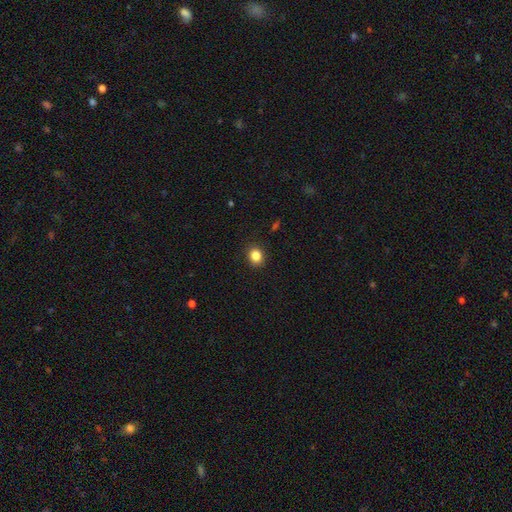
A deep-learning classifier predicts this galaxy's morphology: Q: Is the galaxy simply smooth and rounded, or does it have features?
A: smooth — 85%.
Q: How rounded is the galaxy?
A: round — 66%.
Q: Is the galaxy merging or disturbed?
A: none — 90%.